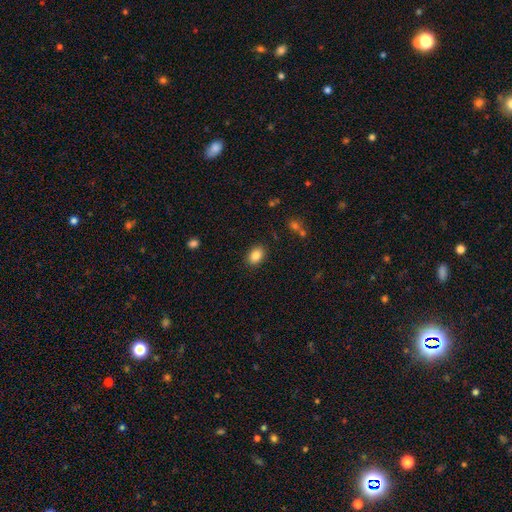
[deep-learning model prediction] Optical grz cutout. It shows a smooth galaxy with no disk features (85%) that is in between round and cigar-shaped (76%). Merging: none (88%).